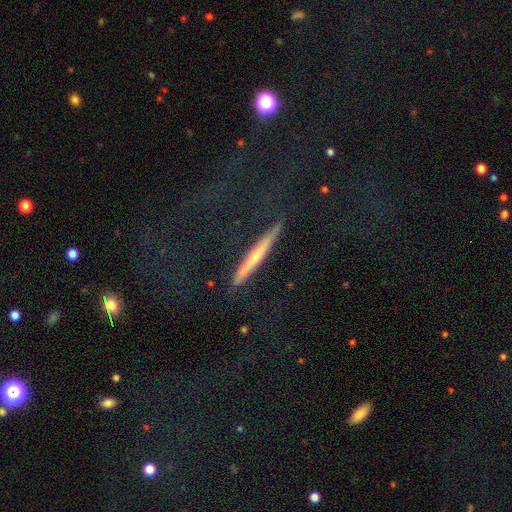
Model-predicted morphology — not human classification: Overall: smooth (49%; featured or disk 36%). Merging: none (78%).